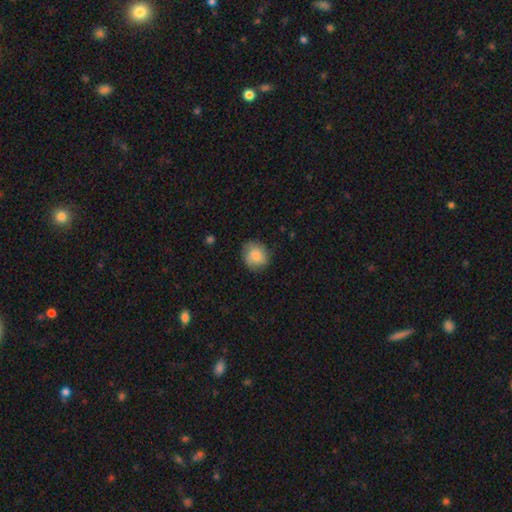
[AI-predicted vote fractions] Overall: smooth (71%). How rounded: round (80%). Merging: none (78%).